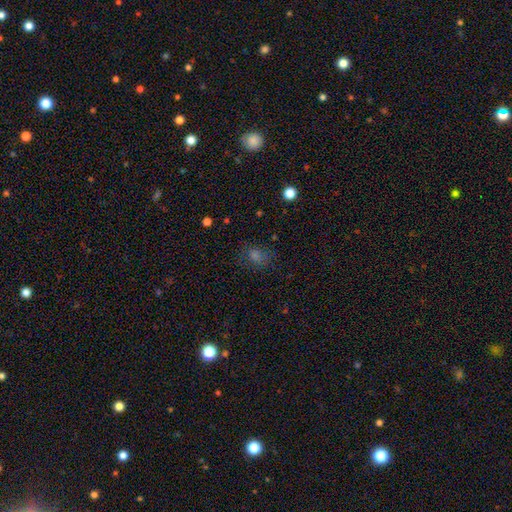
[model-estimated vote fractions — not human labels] The model was most divided on "how rounded": in between: 51%, round: 47%, cigar-shaped: 2%. More confident: merging — none (74%); smooth or featured — smooth (59%).